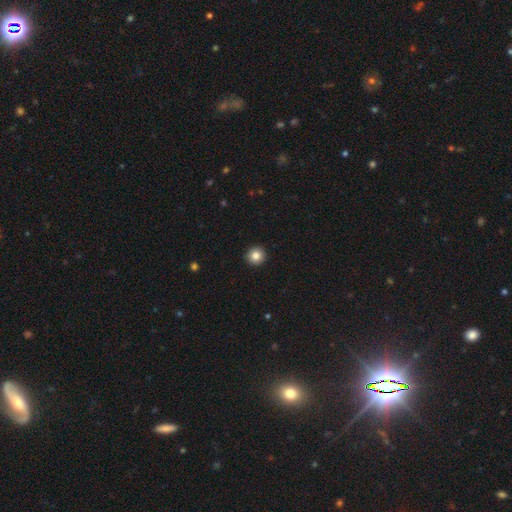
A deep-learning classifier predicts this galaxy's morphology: smooth 85%, star or artifact 10%, featured or disk 6%. Down the decision tree: how rounded — round (95%); merging — none (94%).